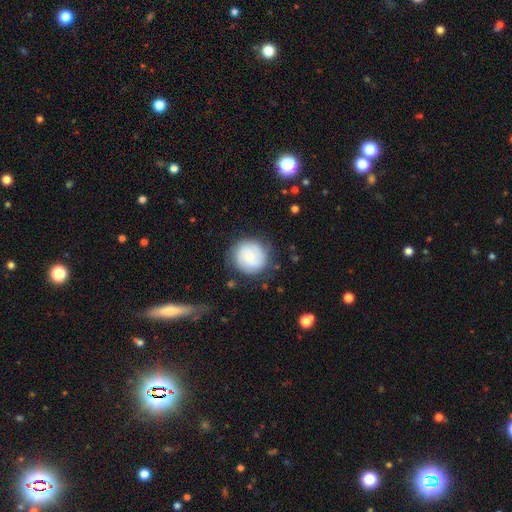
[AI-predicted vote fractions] A featured or disk galaxy (48%). Merging: none (77%).